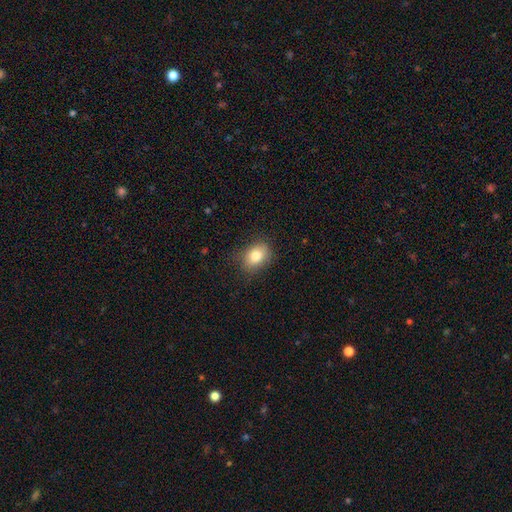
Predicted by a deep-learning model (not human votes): A smooth galaxy with no disk features (80%) that is in between round and cigar-shaped (69%).

Vote fractions:
- Smooth or featured? smooth: 80% / featured or disk: 11% / star or artifact: 9%
- How rounded? in between: 69% / round: 30% / cigar-shaped: 1%
- Merging? none: 81% / minor disturbance: 14% / major disturbance: 4% / merger: 1%